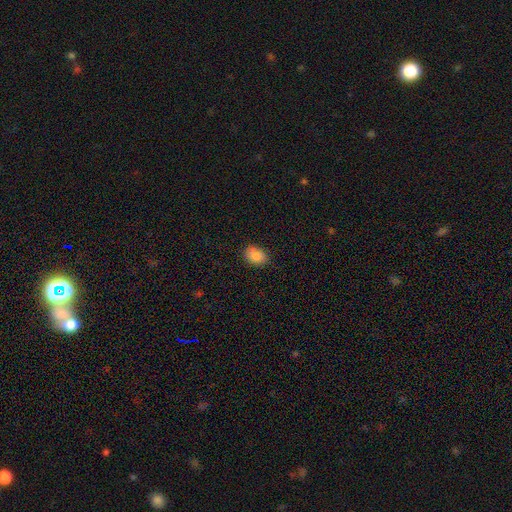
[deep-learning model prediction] A smooth galaxy with no disk features (87%) that is in between round and cigar-shaped (74%). Merging: none (83%).